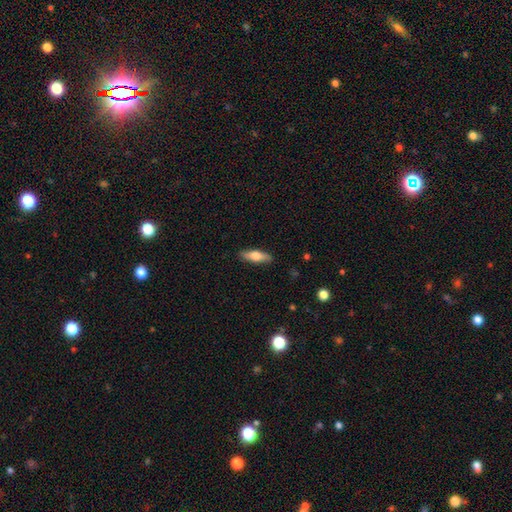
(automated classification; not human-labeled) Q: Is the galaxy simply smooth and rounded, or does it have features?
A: smooth — 65%.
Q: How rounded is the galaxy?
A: cigar-shaped — 51%.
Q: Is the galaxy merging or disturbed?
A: none — 88%.